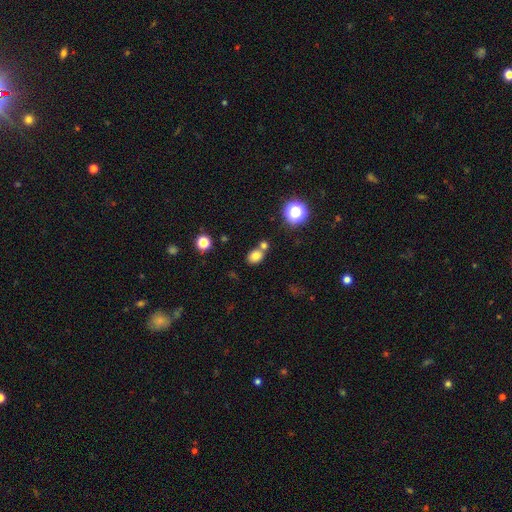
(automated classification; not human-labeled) Overall: smooth (78%). How rounded: in between (57%; round 42%). Merging: none (58%; merger 29%).